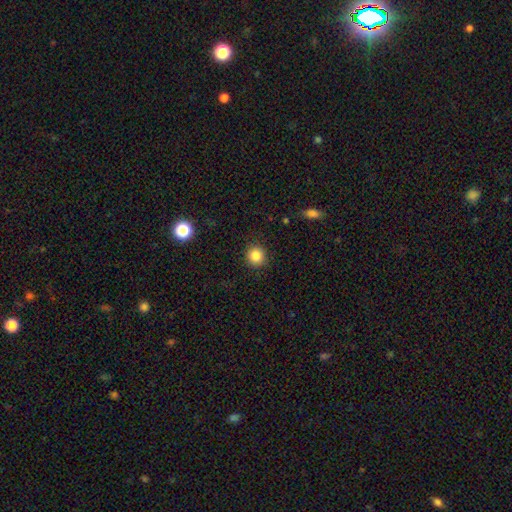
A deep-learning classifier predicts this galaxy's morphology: smooth_or_featured: smooth (p=0.85) [alt: star or artifact p=0.11]
how_rounded: round (p=0.92) [alt: in between p=0.07]
merging: none (p=0.91) [alt: minor disturbance p=0.06]